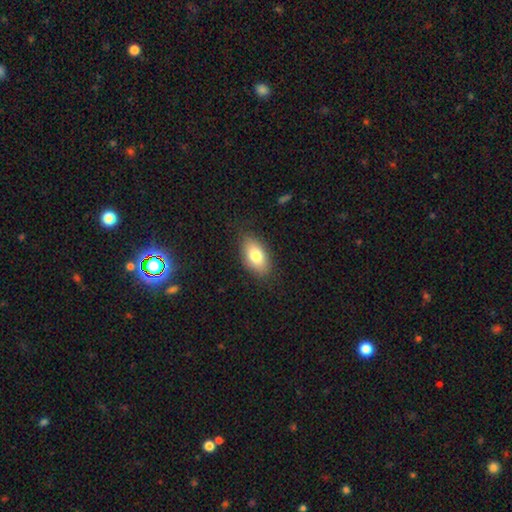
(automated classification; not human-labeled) Q: Smooth or featured?
A: smooth (79%); runner-up: featured or disk (13%)
Q: How rounded?
A: in between (91%); runner-up: round (5%)
Q: Merging?
A: none (82%); runner-up: minor disturbance (14%)